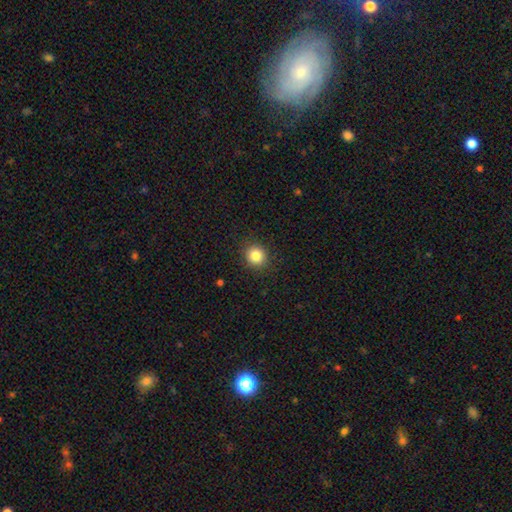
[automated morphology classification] A smooth galaxy with no disk features (84%) that is round (88%). Merging: none (90%).